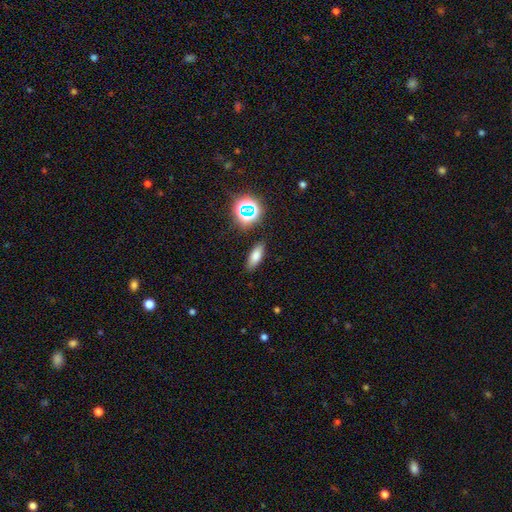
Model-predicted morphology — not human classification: smooth-or-featured: smooth: 74% | star or artifact: 15% | featured or disk: 11%
  how-rounded: in between: 66% | cigar-shaped: 27% | round: 6%
  merging: none: 86% | minor disturbance: 9% | major disturbance: 3% | merger: 2%